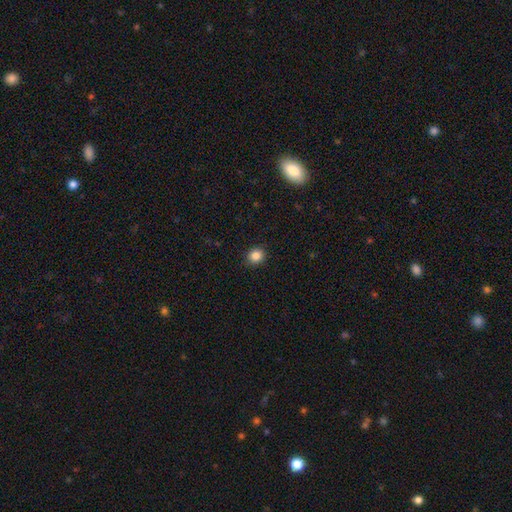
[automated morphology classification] Smooth or featured? smooth (85%)
How rounded? round (82%)
Merging? none (91%)